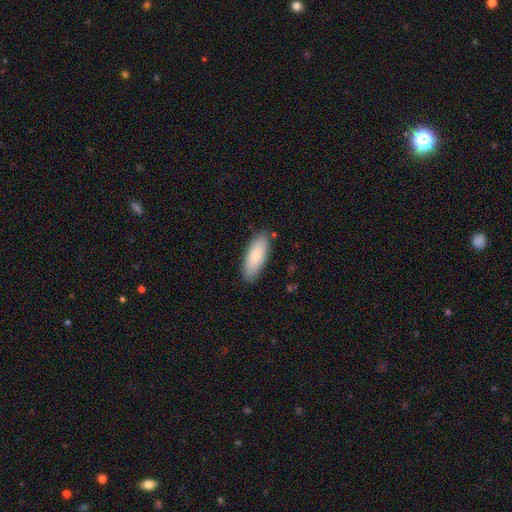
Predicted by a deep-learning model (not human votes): Morphology: type=smooth (82%); roundness=in between (78%); merging=none (83%).